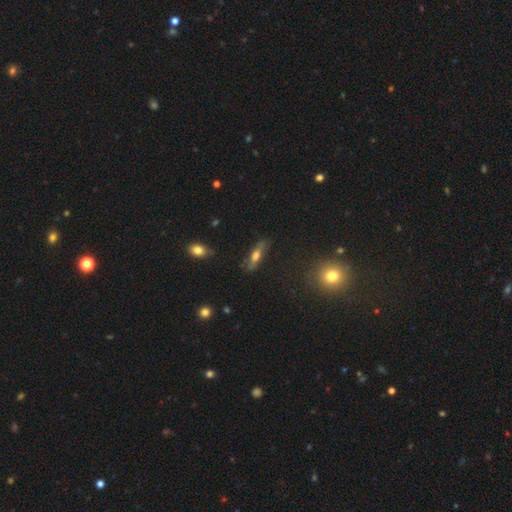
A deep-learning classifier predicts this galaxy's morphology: smooth-or-featured: smooth: 48% | featured or disk: 43% | star or artifact: 9%
  merging: none: 77% | minor disturbance: 16% | major disturbance: 5% | merger: 2%